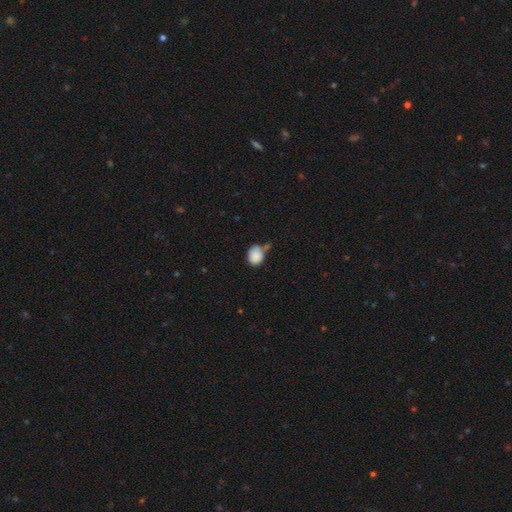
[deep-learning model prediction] Morphology: type=smooth (87%); roundness=round (57%); merging=none (51%).